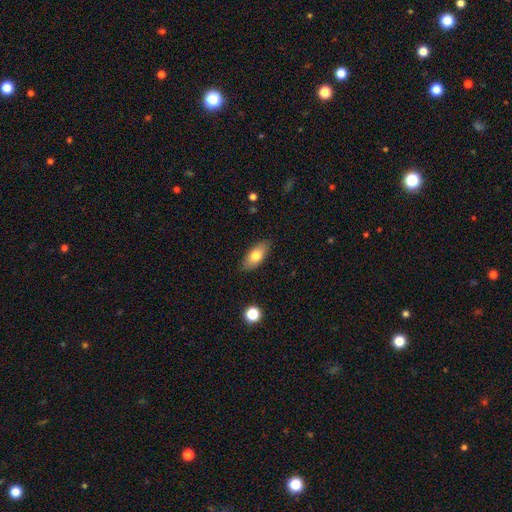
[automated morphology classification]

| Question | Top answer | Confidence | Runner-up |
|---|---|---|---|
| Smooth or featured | smooth | 76% | featured or disk (17%) |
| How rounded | in between | 87% | cigar-shaped (10%) |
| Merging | none | 86% | minor disturbance (10%) |